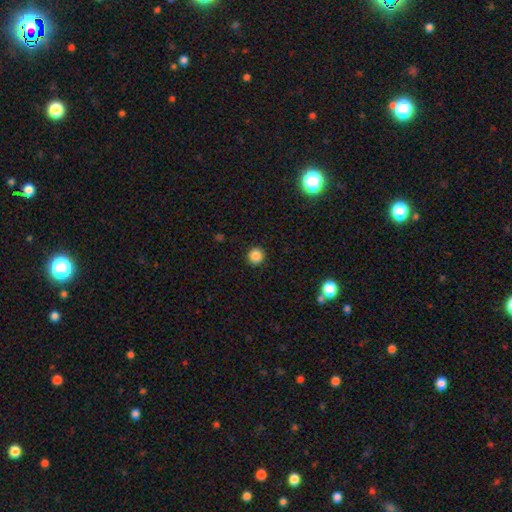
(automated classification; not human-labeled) A smooth galaxy with no disk features (86%) that is round (95%). Merging: none (92%).